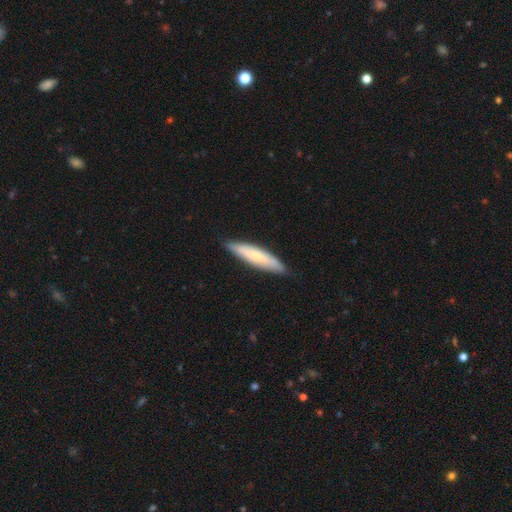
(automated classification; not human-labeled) The model was most divided on "smooth or featured": smooth: 61%, featured or disk: 33%, star or artifact: 5%. More confident: merging — none (85%); how rounded — cigar-shaped (82%).